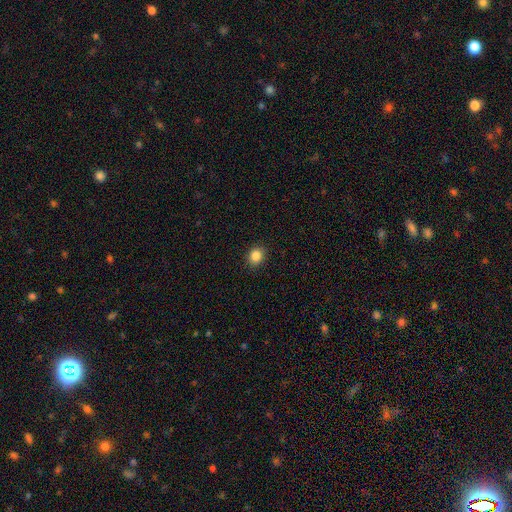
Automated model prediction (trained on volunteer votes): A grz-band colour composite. It shows a smooth galaxy with no disk features (86%) that is round (62%). Merging: none (90%).